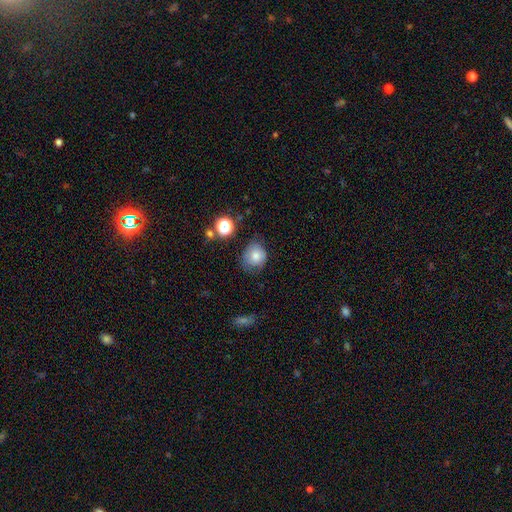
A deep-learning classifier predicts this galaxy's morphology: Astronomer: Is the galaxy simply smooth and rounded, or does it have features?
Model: smooth — 76%.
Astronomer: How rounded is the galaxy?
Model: round — 69%.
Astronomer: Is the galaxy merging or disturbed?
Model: none — 59%.